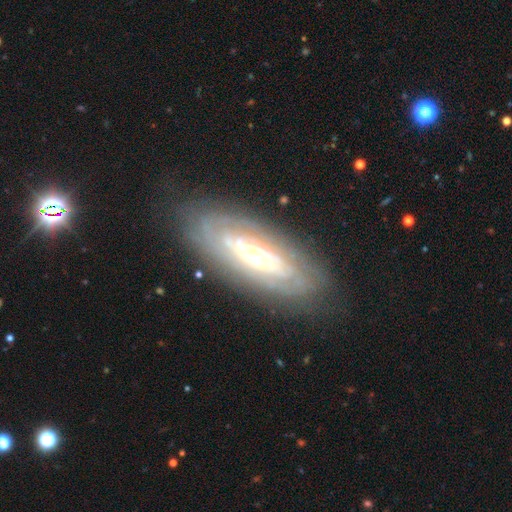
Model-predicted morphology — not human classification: This is likely a featured or disk galaxy (77%). It is clearly not viewed edge-on (80%). Bar: possibly no (58%). Spiral arm pattern: likely yes (70%). Central bulge: likely moderate (60%). Merging: likely none (79%).